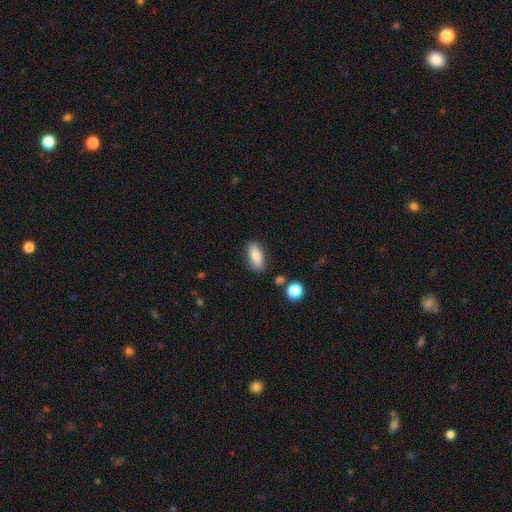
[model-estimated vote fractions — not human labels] Morphology: type=smooth (77%); roundness=in between (82%); merging=none (82%).